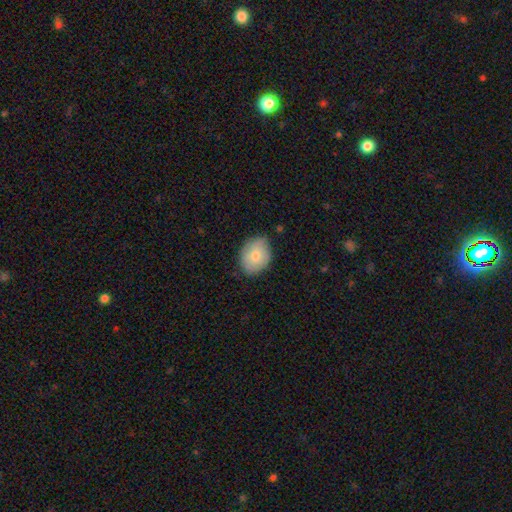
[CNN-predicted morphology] smooth 77%, featured or disk 16%, star or artifact 7%. Down the decision tree: how rounded — in between (65%); merging — none (73%).